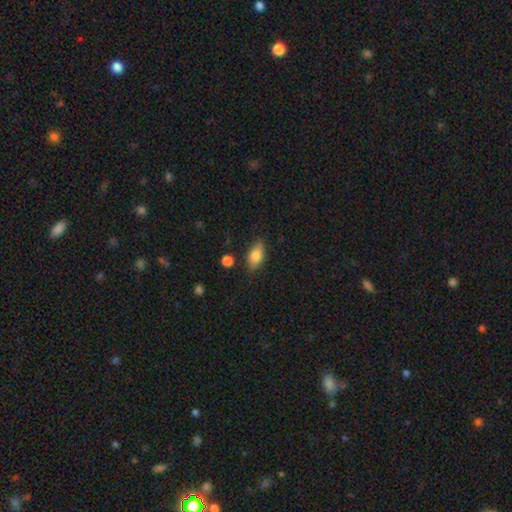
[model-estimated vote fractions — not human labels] The model was most divided on "merging": none: 79%, minor disturbance: 15%, major disturbance: 3%, merger: 2%. More confident: how rounded — in between (86%); smooth or featured — smooth (80%).